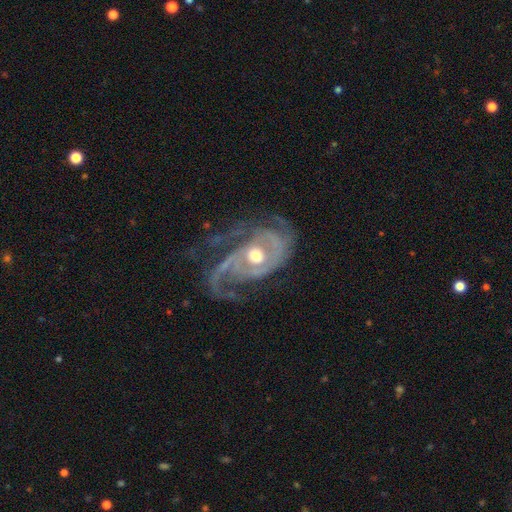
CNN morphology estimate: featured or disk 91%, smooth 5%, star or artifact 5%. Down the decision tree: edge-on disk — no (97%); bar — no (71%); spiral arms — yes (95%); spiral arm count — 2 (33%); spiral winding — medium (42%); bulge size — moderate (77%); merging — none (48%).